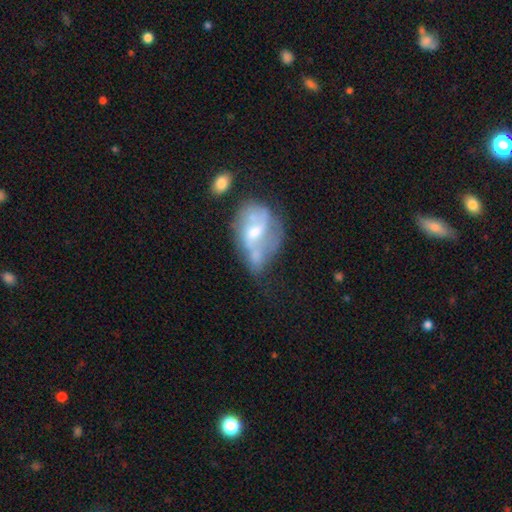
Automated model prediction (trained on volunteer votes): Overall: featured or disk (56%; smooth 35%). Edge-on disk: no (95%). Bar: no (49%; weak 38%). Spiral arms: no (51%; yes 49%). Bulge size: moderate (51%; small 28%). Merging: merger (29%; none 26%).